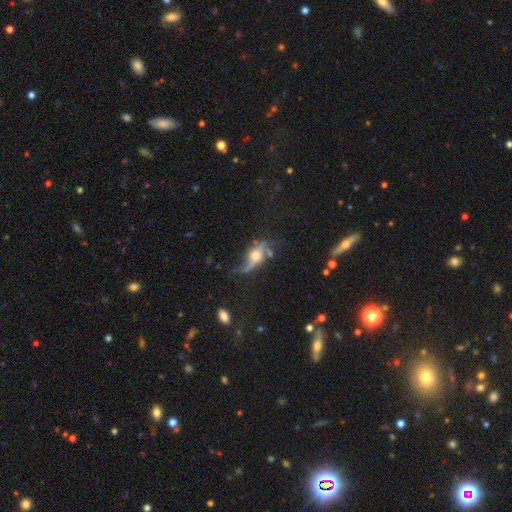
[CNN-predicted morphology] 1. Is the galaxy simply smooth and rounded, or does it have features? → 76% featured or disk, 16% smooth, 8% star or artifact.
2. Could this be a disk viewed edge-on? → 71% no, 29% yes.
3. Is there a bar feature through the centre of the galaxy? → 65% no, 24% weak, 11% strong.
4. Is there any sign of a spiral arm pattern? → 88% yes, 12% no.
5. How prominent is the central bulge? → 62% moderate, 19% small, 14% large, 3% none, 3% dominant.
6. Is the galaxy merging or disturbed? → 52% none, 25% minor disturbance, 17% major disturbance, 6% merger.